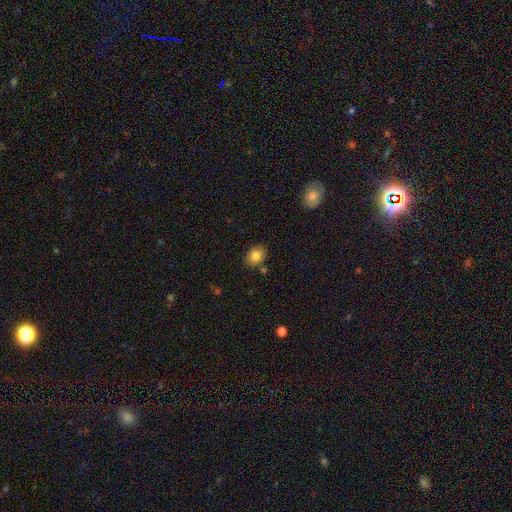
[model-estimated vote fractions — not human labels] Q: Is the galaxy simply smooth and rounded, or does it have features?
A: smooth — 80%.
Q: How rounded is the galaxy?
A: in between — 54%.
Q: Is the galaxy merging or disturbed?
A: none — 81%.